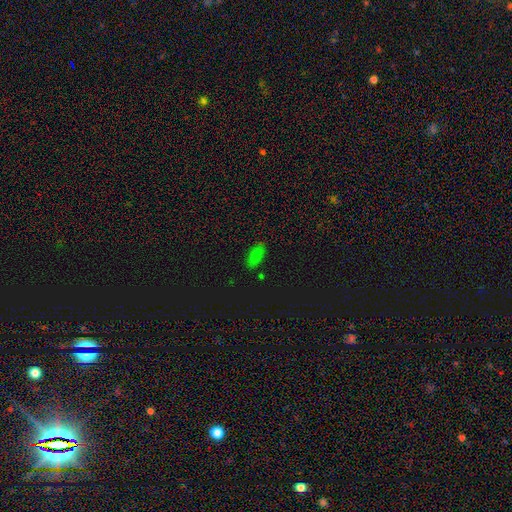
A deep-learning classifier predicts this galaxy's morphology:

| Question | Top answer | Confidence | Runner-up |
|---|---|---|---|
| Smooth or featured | smooth | 73% | star or artifact (21%) |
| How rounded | in between | 87% | cigar-shaped (9%) |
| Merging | none | 82% | minor disturbance (12%) |